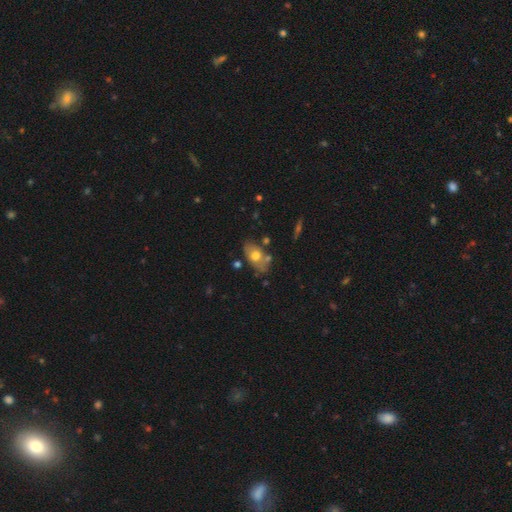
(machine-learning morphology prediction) A smooth galaxy with no disk features (59%) that is in between round and cigar-shaped (87%). Merging: none (61%).